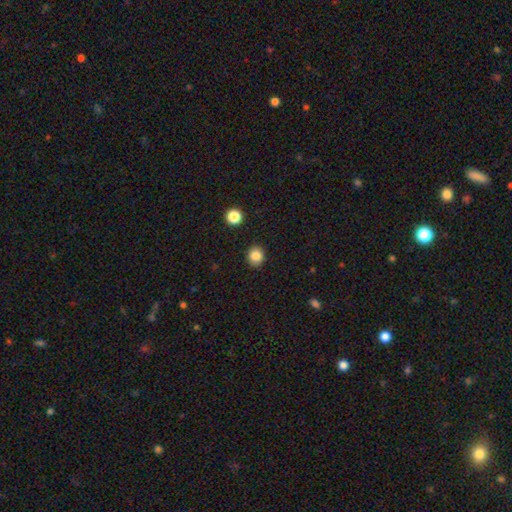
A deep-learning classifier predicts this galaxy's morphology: A smooth galaxy with no disk features (84%) that is round (81%).

Vote fractions:
- Smooth or featured? smooth: 84% / star or artifact: 11% / featured or disk: 5%
- How rounded? round: 81% / in between: 19% / cigar-shaped: 1%
- Merging? none: 91% / minor disturbance: 6% / major disturbance: 2% / merger: 1%